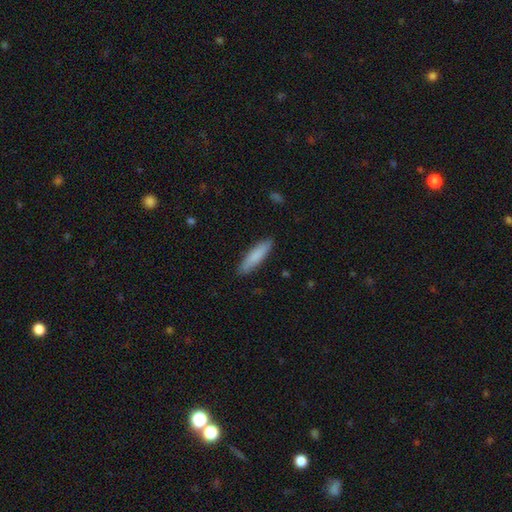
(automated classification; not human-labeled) Smooth or featured? smooth (83%)
How rounded? cigar-shaped (78%)
Merging? none (89%)